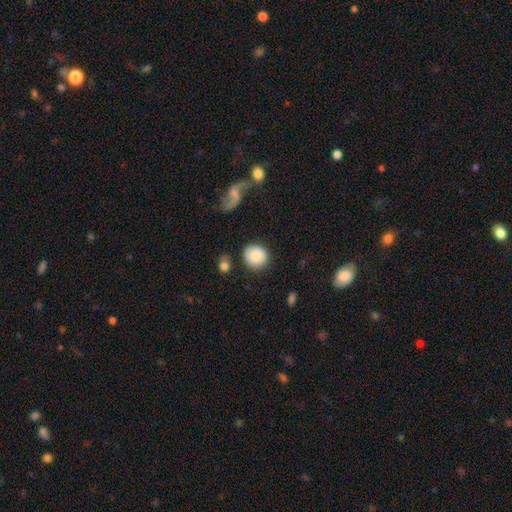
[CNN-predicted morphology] Smooth or featured: smooth — 84% (featured or disk — 9%)
How rounded: round — 86% (in between — 13%)
Merging: none — 80% (minor disturbance — 11%)